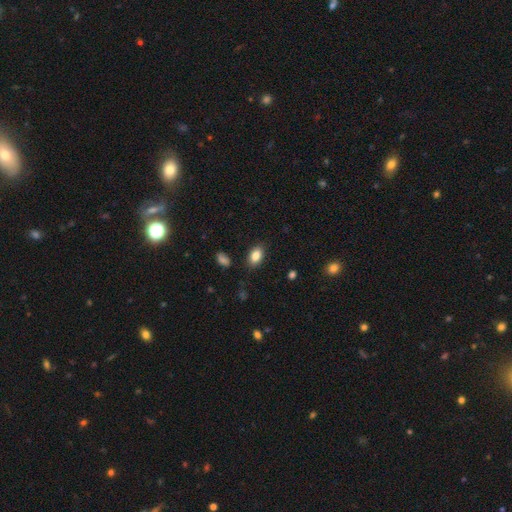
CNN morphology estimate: A smooth galaxy with no disk features (86%) that is in between round and cigar-shaped (90%).

Vote fractions:
- Smooth or featured? smooth: 86% / star or artifact: 8% / featured or disk: 6%
- How rounded? in between: 90% / round: 8% / cigar-shaped: 2%
- Merging? none: 86% / minor disturbance: 10% / major disturbance: 3% / merger: 2%